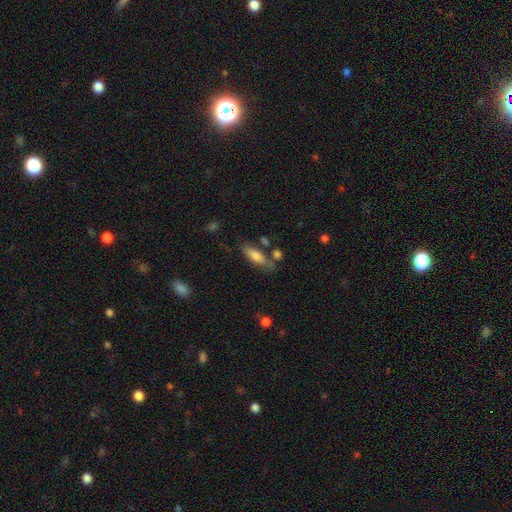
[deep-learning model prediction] Smooth or featured: smooth — 68% (featured or disk — 25%)
How rounded: cigar-shaped — 50% (in between — 48%)
Merging: none — 64% (minor disturbance — 19%)